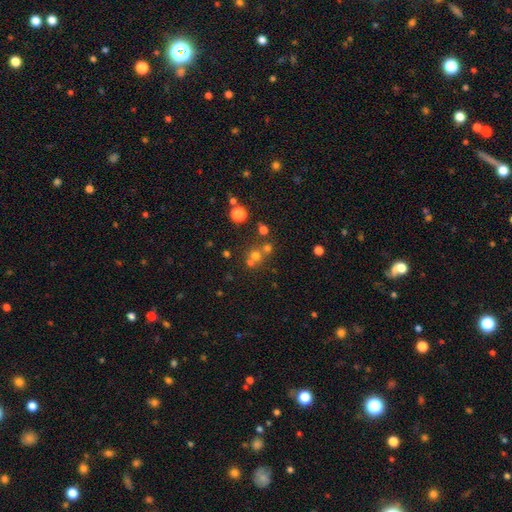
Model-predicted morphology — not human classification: Smooth or featured?
  - smooth: 60% *
  - star or artifact: 27%
  - featured or disk: 14%
How rounded?
  - round: 88% *
  - in between: 11%
  - cigar-shaped: 1%
Merging?
  - none: 54% *
  - merger: 35%
  - minor disturbance: 7%
  - major disturbance: 4%